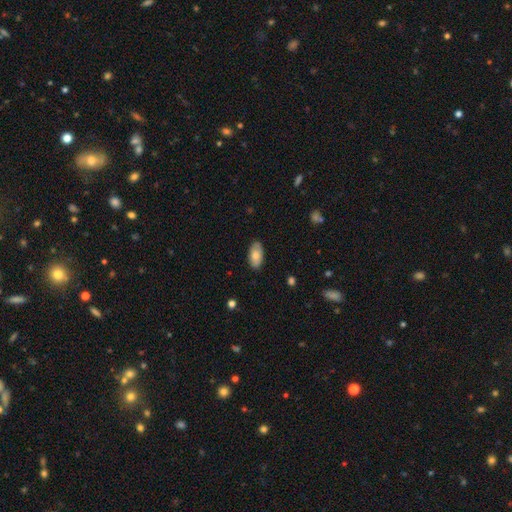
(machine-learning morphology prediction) This is likely a smooth galaxy (77%). How rounded: clearly in between (94%). Merging: clearly none (84%).